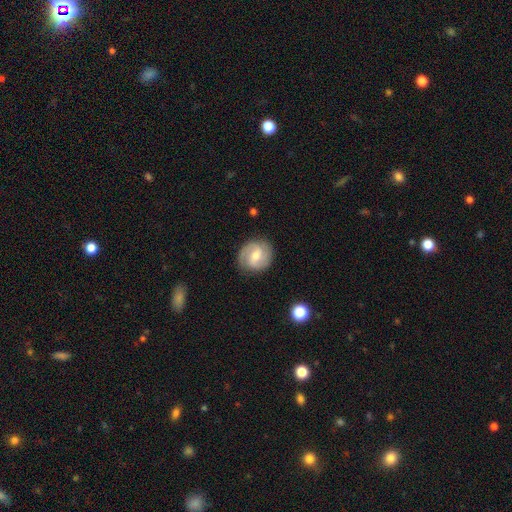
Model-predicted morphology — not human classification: smooth-or-featured: featured or disk: 73% | smooth: 22% | star or artifact: 6%
  disk-edge-on: no: 98% | yes: 2%
    bar: weak: 56% | no: 22% | strong: 21%
    has-spiral-arms: yes: 92% | no: 8%
      spiral-winding: medium: 48% | tight: 31% | loose: 21%
      spiral-arm-count: 2: 80% | can't tell: 8% | 3: 6% | 1: 2% | 4: 2% | more than 4: 2%
    bulge-size: moderate: 56% | small: 38% | large: 3% | none: 2% | dominant: 1%
  merging: none: 84% | minor disturbance: 11% | major disturbance: 3% | merger: 1%